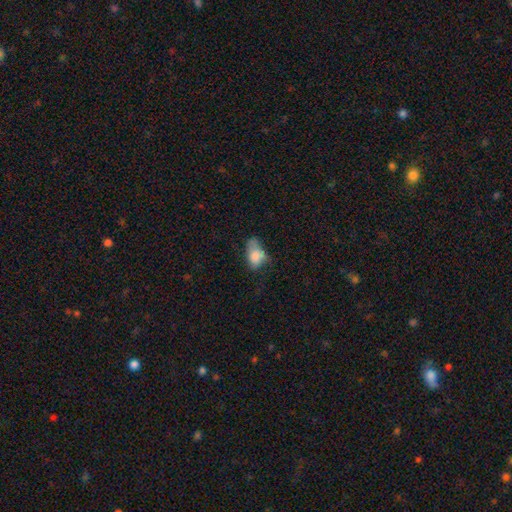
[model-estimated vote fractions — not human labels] Q: Smooth or featured?
A: smooth (73%); runner-up: featured or disk (17%)
Q: How rounded?
A: in between (86%); runner-up: round (12%)
Q: Merging?
A: minor disturbance (34%); runner-up: major disturbance (31%)